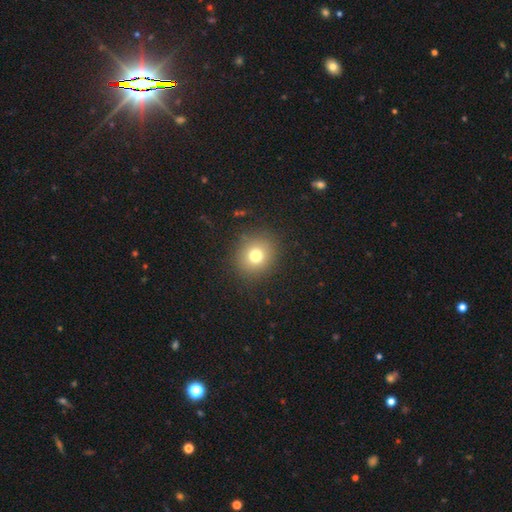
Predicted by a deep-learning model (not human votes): Smooth or featured?
  - smooth: 75% *
  - star or artifact: 14%
  - featured or disk: 11%
How rounded?
  - round: 77% *
  - in between: 22%
  - cigar-shaped: 1%
Merging?
  - none: 87% *
  - minor disturbance: 8%
  - major disturbance: 4%
  - merger: 1%